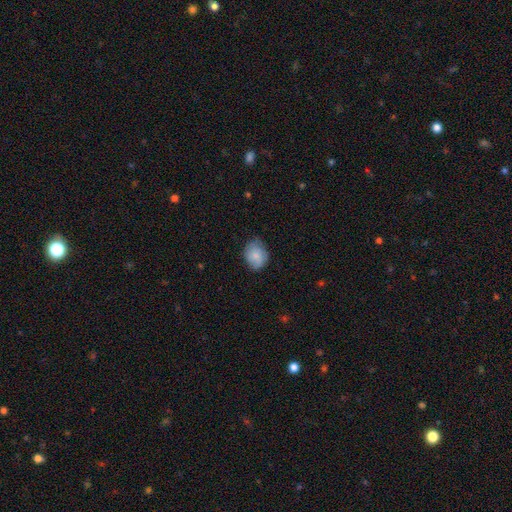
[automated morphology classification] Smooth or featured? Predicted: smooth (p=0.74). How rounded? Predicted: in between (p=0.52). Merging? Predicted: none (p=0.64).